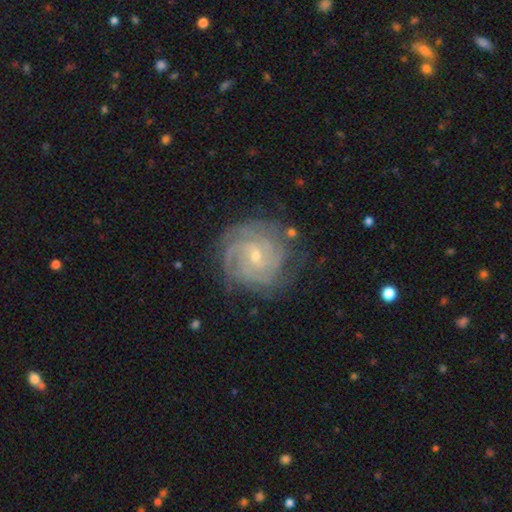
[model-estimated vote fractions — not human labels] This appears to be a featured or disk galaxy (87%) with a weak bar (46%), 4 (27%) tight (75%) spiral arms (97%) and a small central bulge (68%). Merging: none (77%).